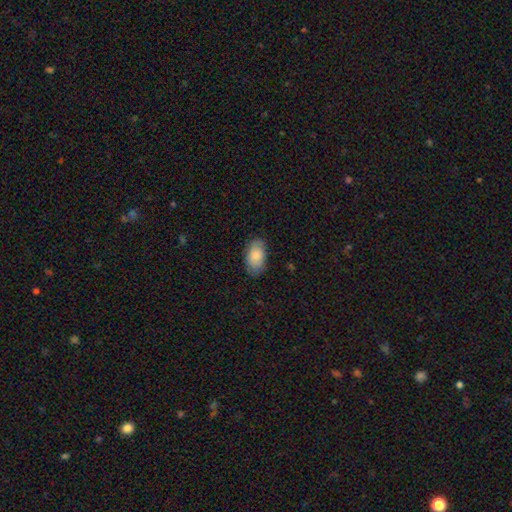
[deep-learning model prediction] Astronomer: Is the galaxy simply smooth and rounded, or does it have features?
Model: smooth — 82%.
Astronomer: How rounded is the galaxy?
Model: in between — 94%.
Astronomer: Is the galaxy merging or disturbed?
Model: none — 81%.